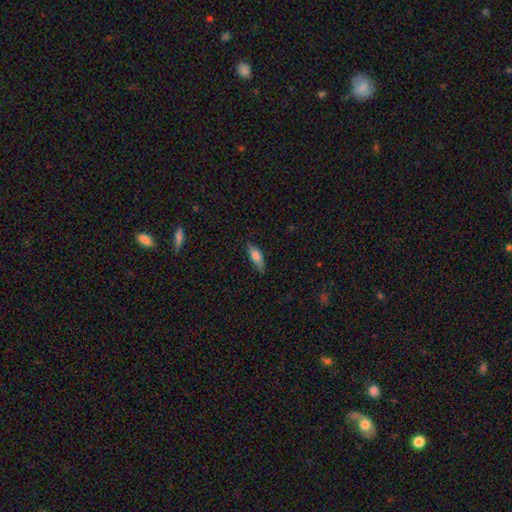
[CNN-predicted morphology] smooth_or_featured: smooth (p=0.72) [alt: featured or disk p=0.21]
how_rounded: in between (p=0.63) [alt: cigar-shaped p=0.34]
merging: none (p=0.64) [alt: minor disturbance p=0.28]